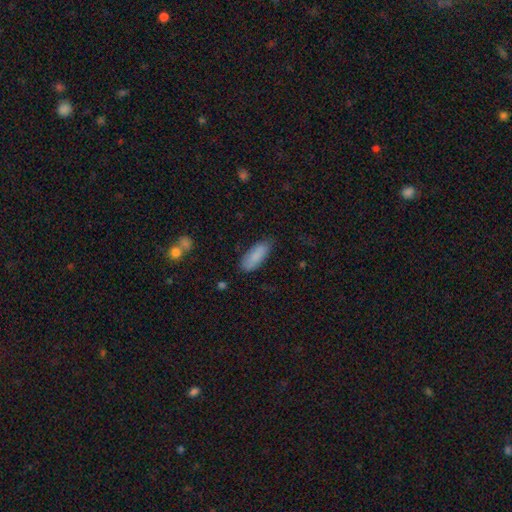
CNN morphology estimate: Overall: smooth (87%). How rounded: in between (72%). Merging: none (78%).